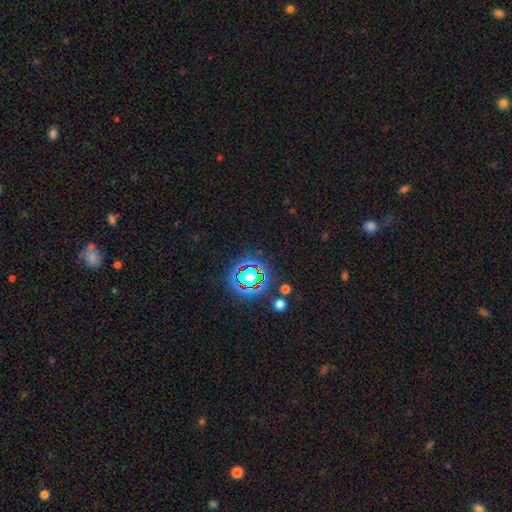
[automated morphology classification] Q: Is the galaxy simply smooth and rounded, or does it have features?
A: star or artifact — 71%.